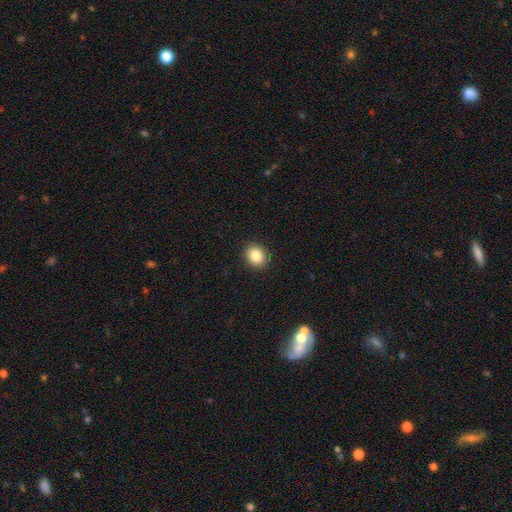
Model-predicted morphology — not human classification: A smooth galaxy with no disk features (85%) that is round (68%). Merging: none (91%).